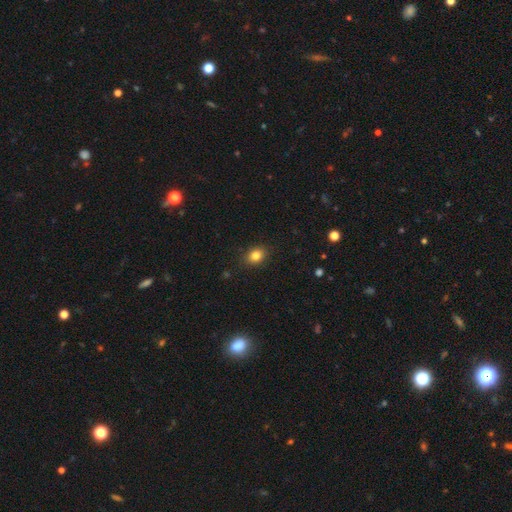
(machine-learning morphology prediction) This is clearly a smooth galaxy (82%). How rounded: possibly in between (57%). Merging: clearly none (87%).